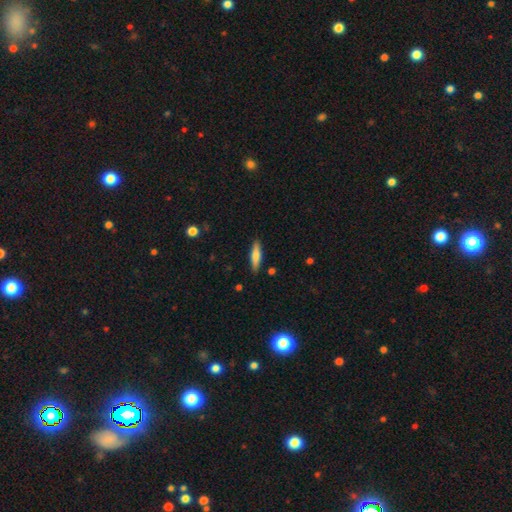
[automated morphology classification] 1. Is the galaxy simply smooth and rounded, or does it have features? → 67% smooth, 27% featured or disk, 6% star or artifact.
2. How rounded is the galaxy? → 74% cigar-shaped, 24% in between, 2% round.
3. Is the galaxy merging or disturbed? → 88% none, 9% minor disturbance, 2% major disturbance, 1% merger.